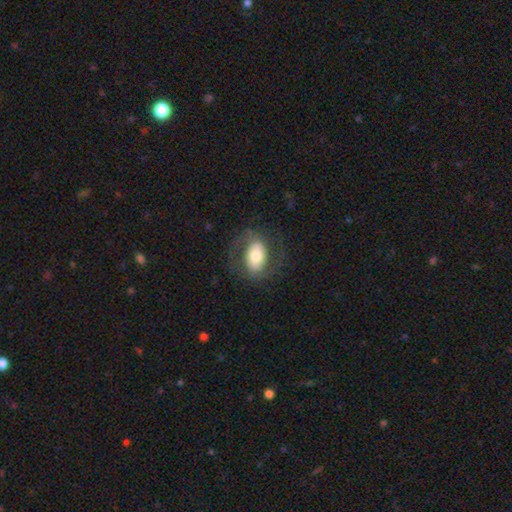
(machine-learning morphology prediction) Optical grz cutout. It shows a smooth galaxy with no disk features (51%) that is in between round and cigar-shaped (83%). Merging: none (72%).